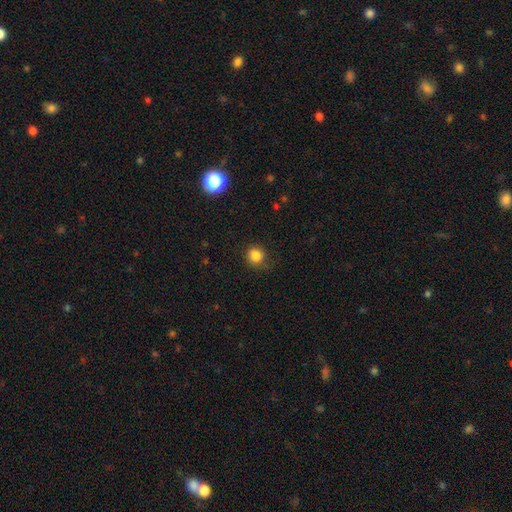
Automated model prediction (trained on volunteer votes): A smooth galaxy with no disk features (83%) that is round (79%). Merging: none (74%).